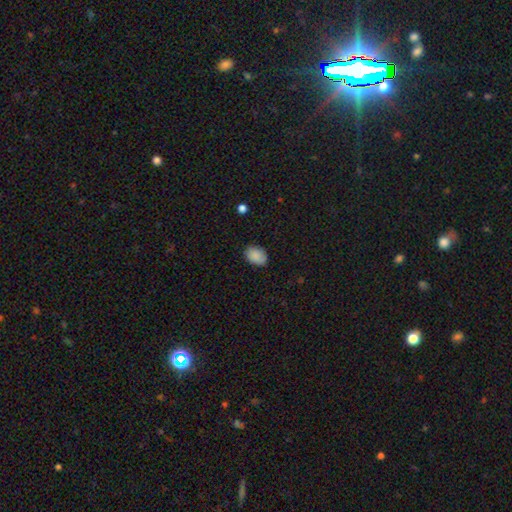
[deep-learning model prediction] The model was most divided on "how rounded": in between: 74%, round: 26%, cigar-shaped: 1%. More confident: smooth or featured — smooth (89%); merging — none (84%).